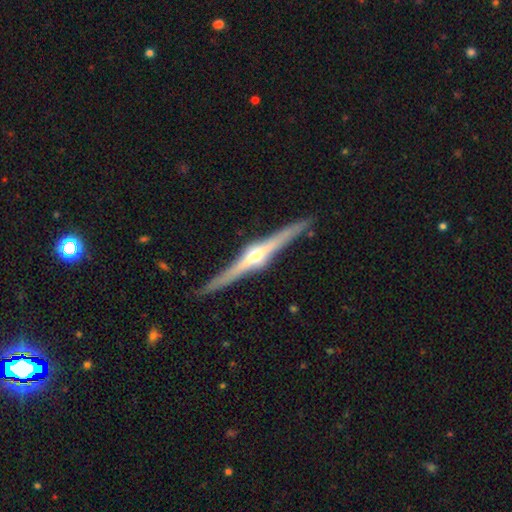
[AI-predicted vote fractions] Overall: featured or disk (84%). Edge-on disk: yes (98%). Edge-on bulge: rounded (93%). Merging: none (90%).